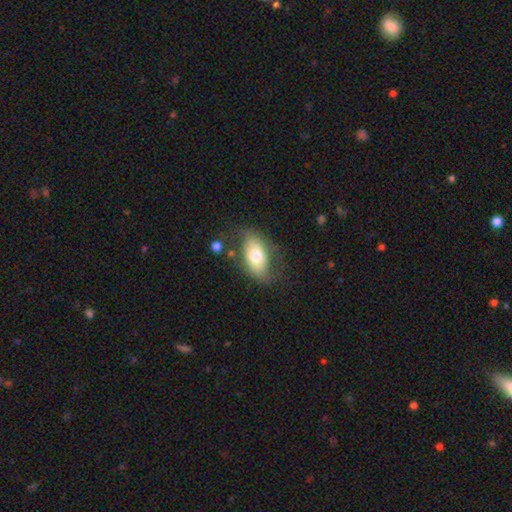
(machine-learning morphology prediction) Overall: smooth (66%; featured or disk 28%). How rounded: in between (91%). Merging: none (64%).